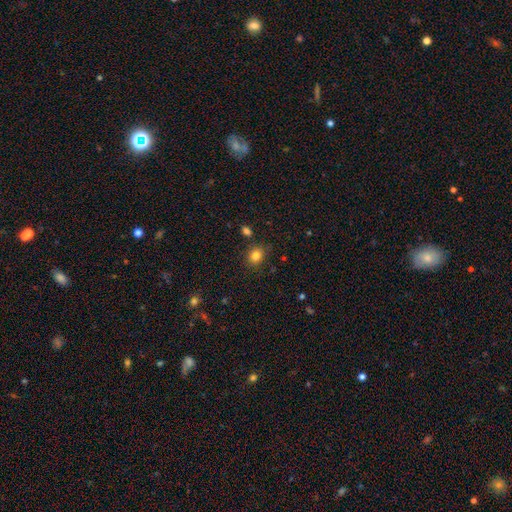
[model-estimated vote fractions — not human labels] Smooth or featured? smooth (83%)
How rounded? round (65%)
Merging? none (82%)